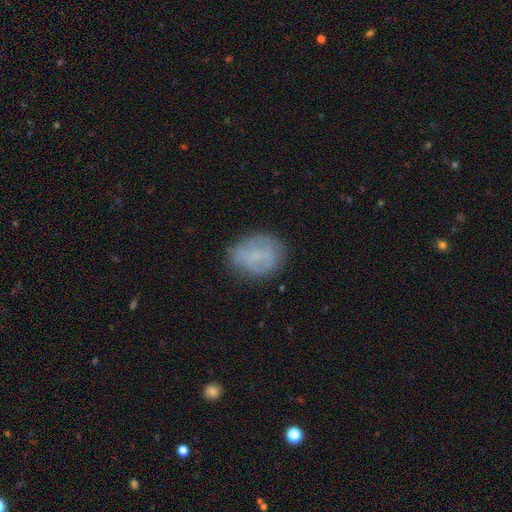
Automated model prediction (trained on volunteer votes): smooth-or-featured: smooth: 58% | featured or disk: 31% | star or artifact: 12%
  how-rounded: in between: 60% | round: 39% | cigar-shaped: 1%
  merging: none: 77% | minor disturbance: 16% | major disturbance: 6% | merger: 1%